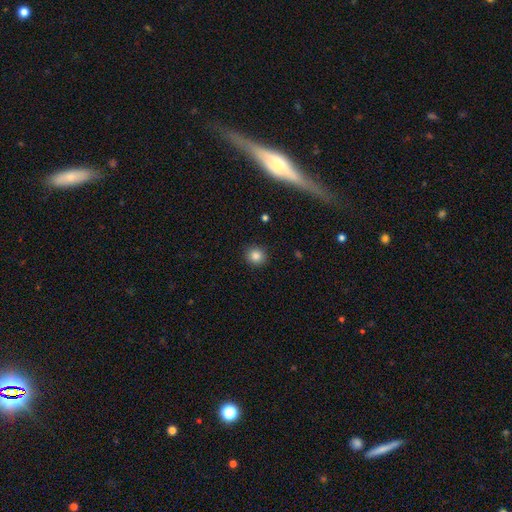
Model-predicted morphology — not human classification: Overall: smooth (84%). How rounded: round (87%). Merging: none (91%).